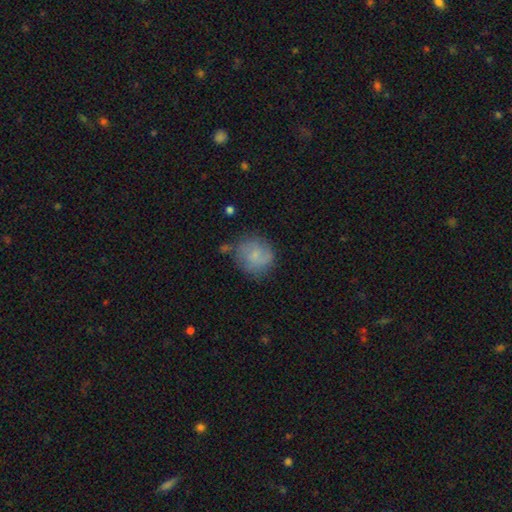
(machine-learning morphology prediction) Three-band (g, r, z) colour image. It shows a smooth galaxy with no disk features (69%) that is round (84%). Merging: none (65%).